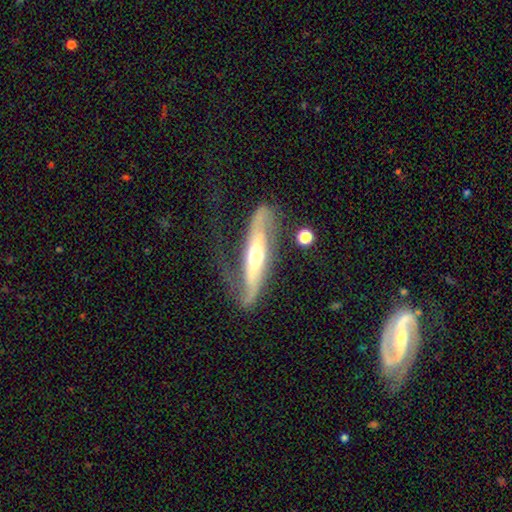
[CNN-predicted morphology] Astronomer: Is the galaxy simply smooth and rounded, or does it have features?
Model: featured or disk — 74%.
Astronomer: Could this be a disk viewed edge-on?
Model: no — 52% (runner-up: yes, 48%).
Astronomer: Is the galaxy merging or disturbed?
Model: none — 45% (runner-up: major disturbance, 28%).